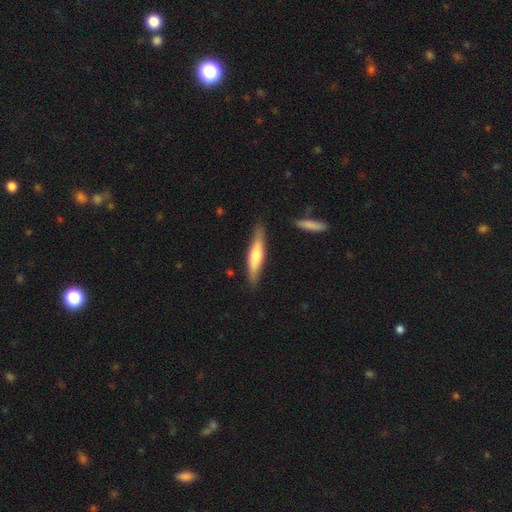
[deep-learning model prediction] A smooth galaxy with no disk features (53%) that is cigar-shaped (83%). Merging: none (84%).